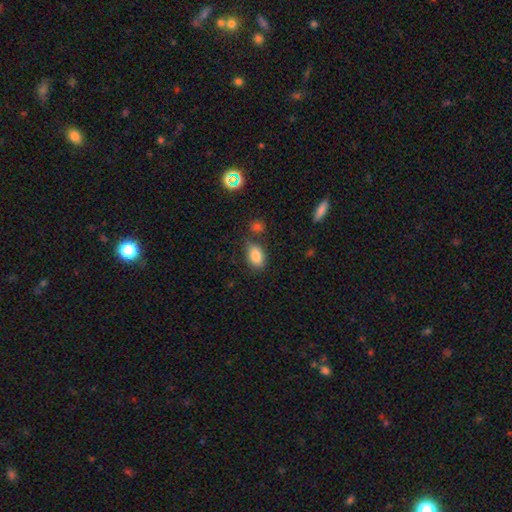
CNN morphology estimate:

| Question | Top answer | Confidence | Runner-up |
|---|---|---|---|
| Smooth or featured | smooth | 83% | star or artifact (9%) |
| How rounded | in between | 88% | round (10%) |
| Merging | none | 71% | minor disturbance (17%) |